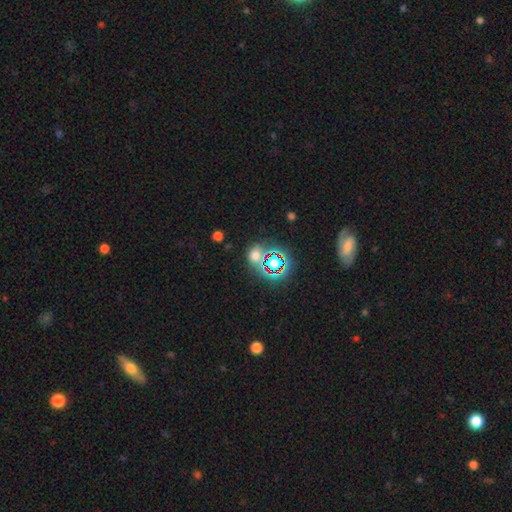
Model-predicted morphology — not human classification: smooth 49%, star or artifact 42%, featured or disk 9%. Down the decision tree: merging — none (66%).